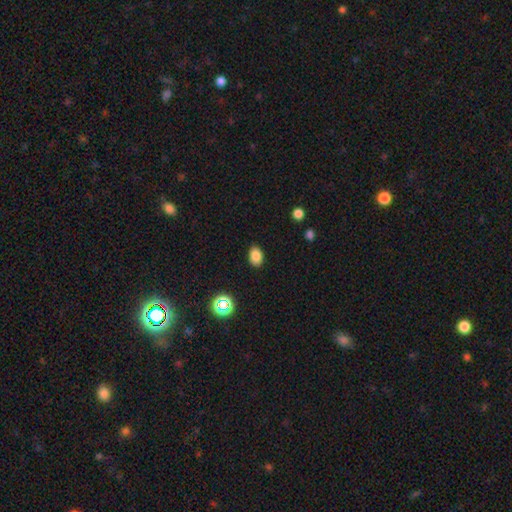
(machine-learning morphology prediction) A smooth galaxy with no disk features (83%) that is in between round and cigar-shaped (81%). Merging: none (87%).